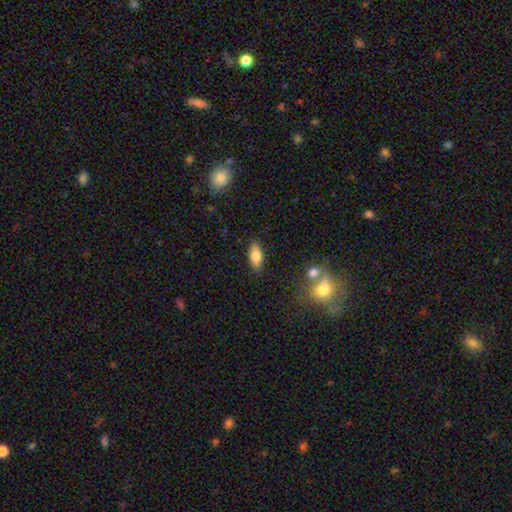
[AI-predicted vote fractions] The model was most divided on "smooth or featured": smooth: 79%, featured or disk: 14%, star or artifact: 8%. More confident: merging — none (85%); how rounded — in between (83%).